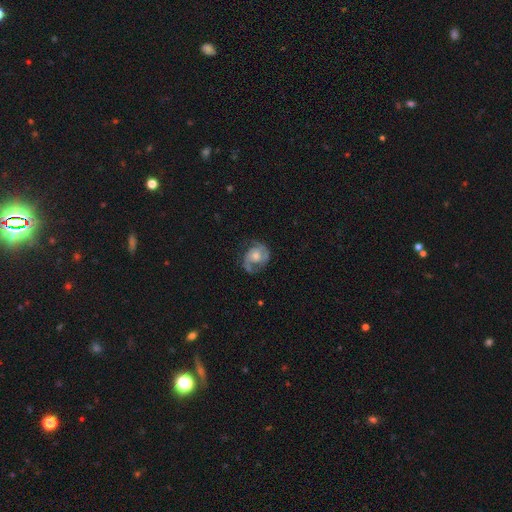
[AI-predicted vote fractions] smooth-or-featured: featured or disk: 78% | smooth: 16% | star or artifact: 6%
  disk-edge-on: no: 98% | yes: 2%
    bar: no: 71% | weak: 24% | strong: 5%
    has-spiral-arms: yes: 91% | no: 9%
      spiral-winding: medium: 47% | tight: 35% | loose: 18%
      spiral-arm-count: 2: 79% | can't tell: 9% | 1: 5% | 3: 4% | 4: 1% | more than 4: 1%
    bulge-size: moderate: 50% | small: 27% | large: 15% | none: 6% | dominant: 2%
  merging: none: 63% | minor disturbance: 21% | major disturbance: 14% | merger: 2%